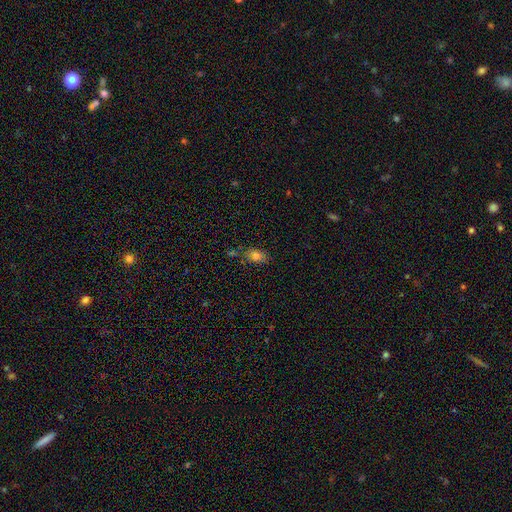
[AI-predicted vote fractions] smooth_or_featured: smooth (p=0.78) [alt: star or artifact p=0.13]
how_rounded: in between (p=0.79) [alt: round p=0.18]
merging: none (p=0.69) [alt: minor disturbance p=0.18]